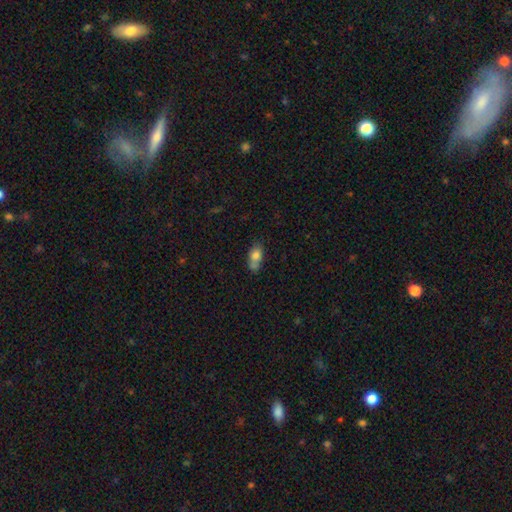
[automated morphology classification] The model was most divided on "merging": none: 39%, merger: 33%, minor disturbance: 20%, major disturbance: 7%. More confident: how rounded — in between (77%); smooth or featured — smooth (76%).